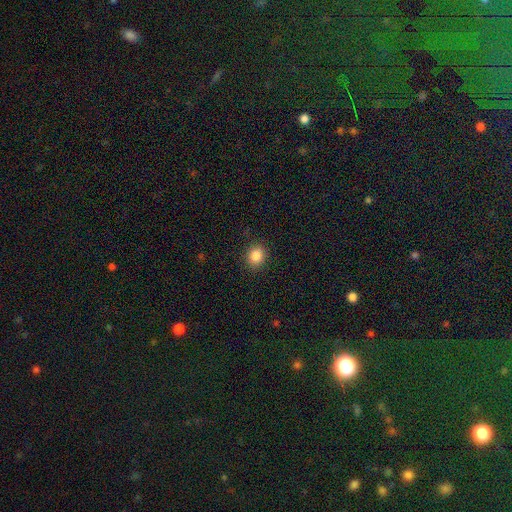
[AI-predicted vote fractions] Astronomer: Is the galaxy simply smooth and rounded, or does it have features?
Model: smooth — 86%.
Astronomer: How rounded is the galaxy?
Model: round — 69%.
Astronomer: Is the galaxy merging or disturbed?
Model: none — 90%.